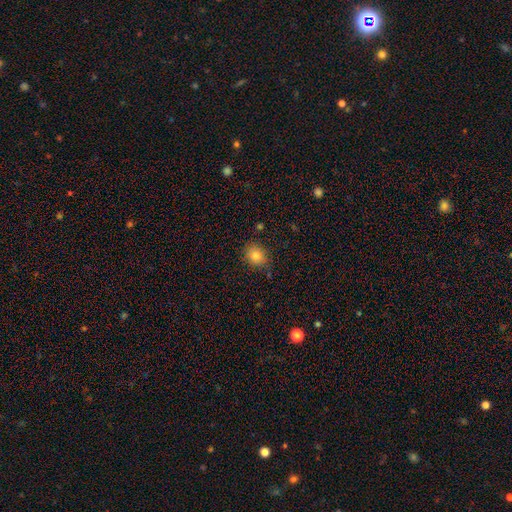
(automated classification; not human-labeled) Smooth or featured?
  - smooth: 83% *
  - star or artifact: 10%
  - featured or disk: 7%
How rounded?
  - round: 60% *
  - in between: 39%
  - cigar-shaped: 1%
Merging?
  - none: 83% *
  - minor disturbance: 12%
  - major disturbance: 3%
  - merger: 2%